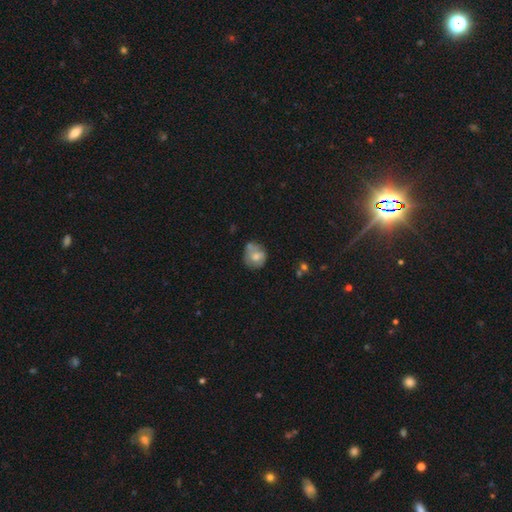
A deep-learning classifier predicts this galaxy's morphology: Smooth or featured? smooth (58%)
How rounded? round (73%)
Merging? none (53%)